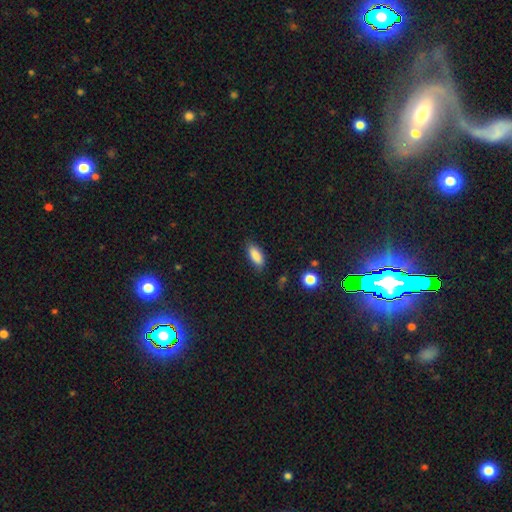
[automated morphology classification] smooth 86%, star or artifact 8%, featured or disk 6%. Down the decision tree: how rounded — in between (79%); merging — none (79%).